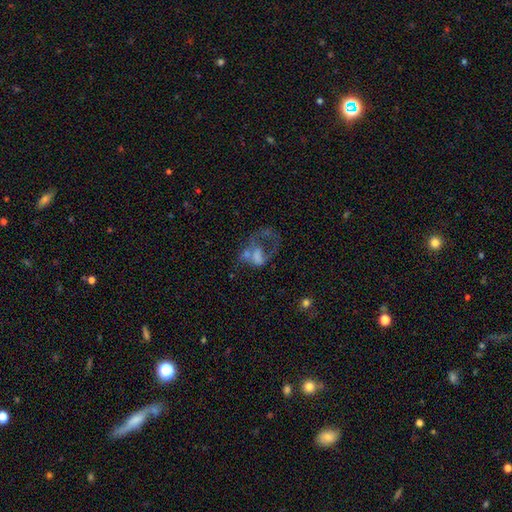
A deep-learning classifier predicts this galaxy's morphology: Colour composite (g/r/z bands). It shows a featured or disk galaxy (49%). Merging: major disturbance (49%).